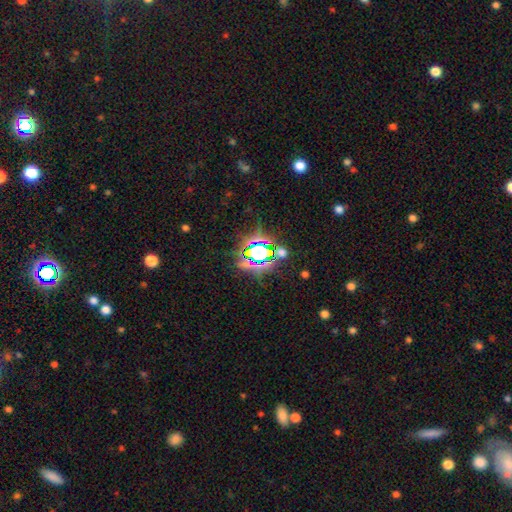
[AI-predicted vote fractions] Smooth or featured: star or artifact — 71% (smooth — 18%)